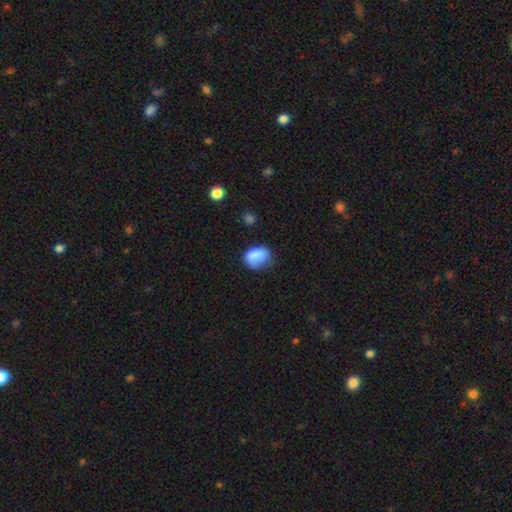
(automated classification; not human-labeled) A smooth galaxy with no disk features (84%) that is in between round and cigar-shaped (68%). Merging: none (54%).